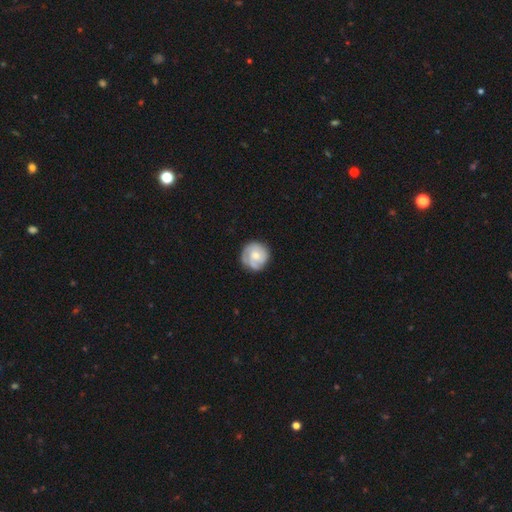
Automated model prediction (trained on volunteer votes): smooth-or-featured: featured or disk: 48% | smooth: 46% | star or artifact: 6%
  merging: none: 71% | minor disturbance: 20% | major disturbance: 6% | merger: 2%